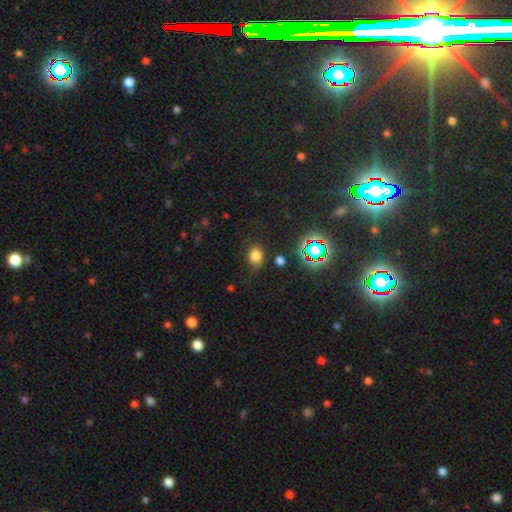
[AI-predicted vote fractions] Smooth or featured? Predicted: smooth (p=0.74). How rounded? Predicted: round (p=0.50). Merging? Predicted: none (p=0.76).